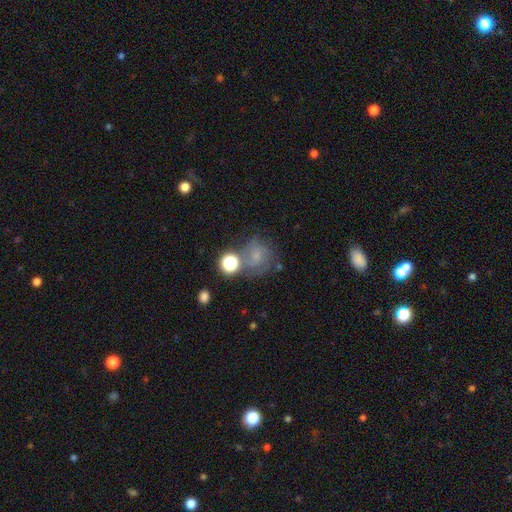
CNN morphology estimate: The model was most divided on "smooth or featured": smooth: 43%, featured or disk: 39%, star or artifact: 18%. More confident: merging — none (52%).